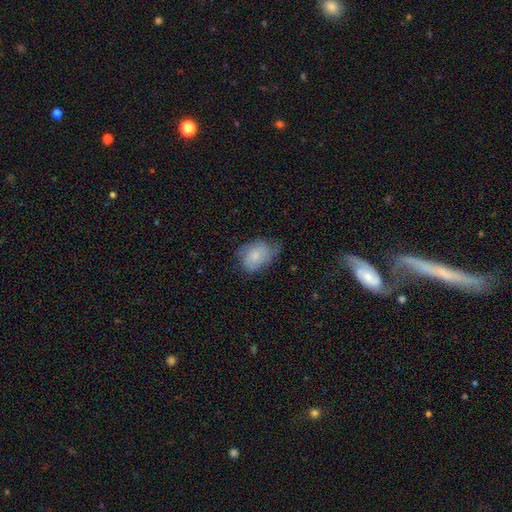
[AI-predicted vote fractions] Smooth or featured?
  - smooth: 62% *
  - featured or disk: 31%
  - star or artifact: 8%
How rounded?
  - in between: 77% *
  - round: 22%
  - cigar-shaped: 1%
Merging?
  - none: 46% *
  - minor disturbance: 37%
  - major disturbance: 15%
  - merger: 2%